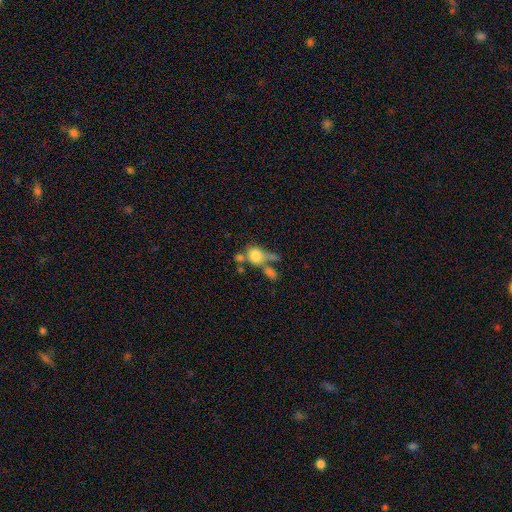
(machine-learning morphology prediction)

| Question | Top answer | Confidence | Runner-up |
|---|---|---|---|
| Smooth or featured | smooth | 72% | featured or disk (17%) |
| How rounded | round | 50% | in between (47%) |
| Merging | merger | 44% | none (27%) |